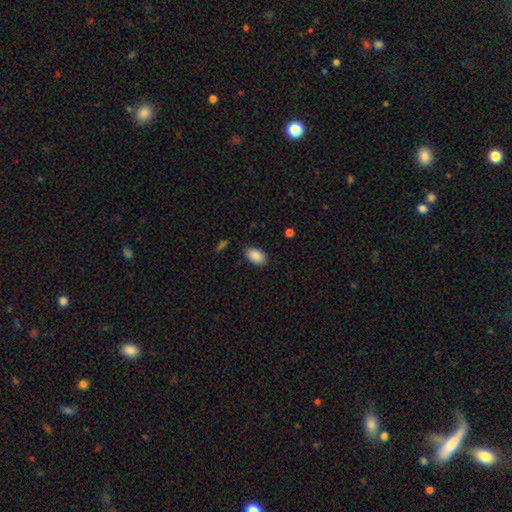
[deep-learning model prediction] The model was most divided on "merging": none: 86%, minor disturbance: 11%, major disturbance: 3%, merger: 1%. More confident: how rounded — in between (92%); smooth or featured — smooth (89%).